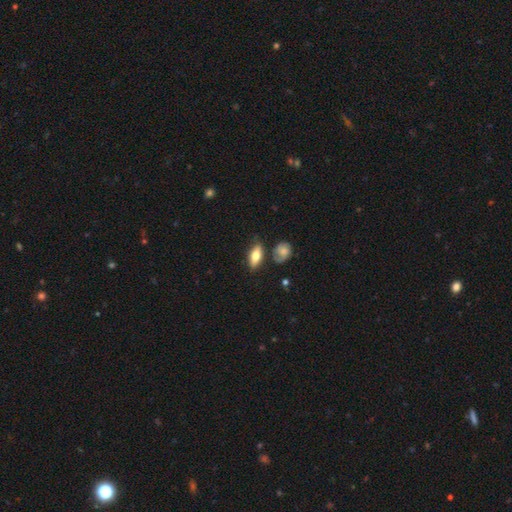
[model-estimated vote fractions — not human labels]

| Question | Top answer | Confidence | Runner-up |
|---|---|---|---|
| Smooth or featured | smooth | 72% | featured or disk (21%) |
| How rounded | in between | 80% | cigar-shaped (16%) |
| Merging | none | 67% | minor disturbance (19%) |